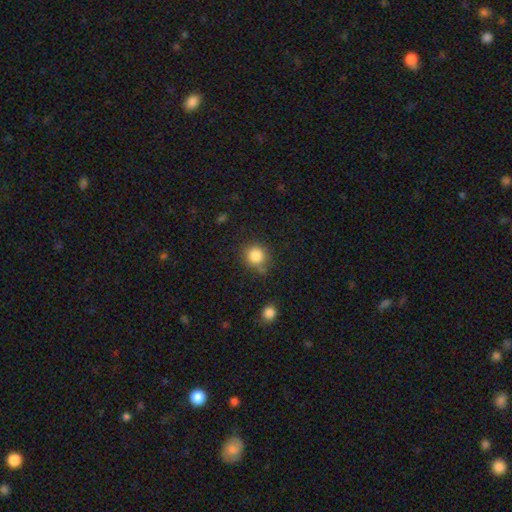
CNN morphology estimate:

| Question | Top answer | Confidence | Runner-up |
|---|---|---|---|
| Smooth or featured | smooth | 84% | star or artifact (11%) |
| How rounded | round | 87% | in between (12%) |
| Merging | none | 70% | minor disturbance (20%) |